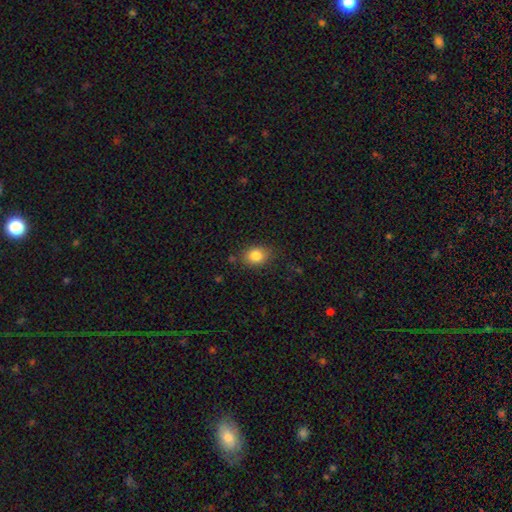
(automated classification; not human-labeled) A smooth galaxy with no disk features (84%) that is in between round and cigar-shaped (51%). Merging: none (81%).